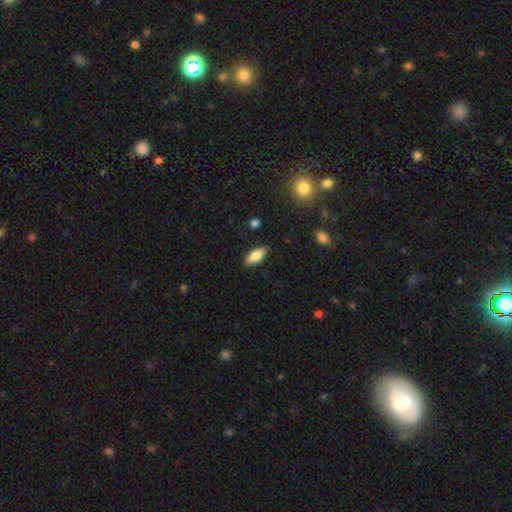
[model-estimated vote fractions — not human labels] smooth-or-featured: smooth: 75% | featured or disk: 18% | star or artifact: 7%
  how-rounded: in between: 77% | cigar-shaped: 21% | round: 2%
  merging: none: 86% | minor disturbance: 11% | major disturbance: 2% | merger: 1%